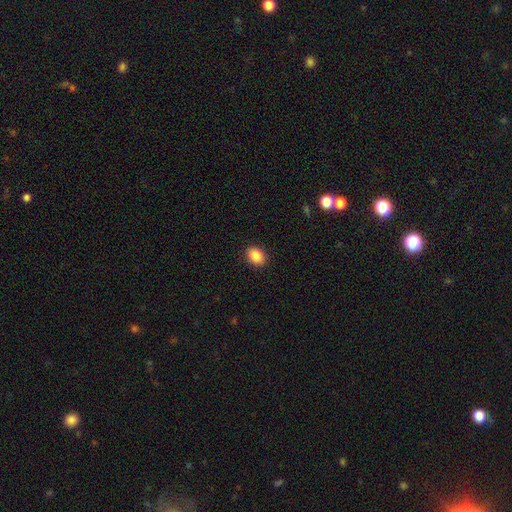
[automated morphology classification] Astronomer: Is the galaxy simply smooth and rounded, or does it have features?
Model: smooth — 87%.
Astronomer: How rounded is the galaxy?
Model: in between — 68%.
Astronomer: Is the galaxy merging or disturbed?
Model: none — 90%.